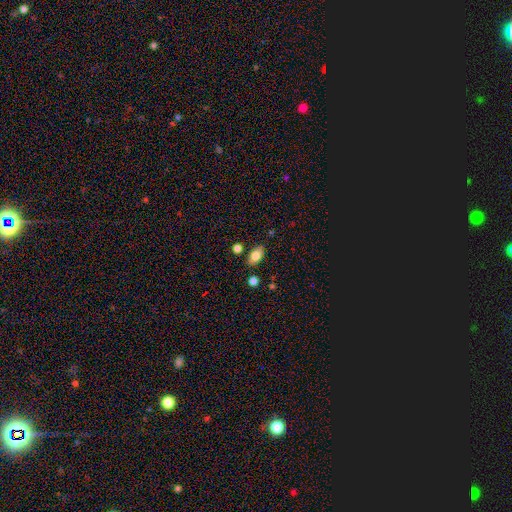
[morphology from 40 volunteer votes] Q: Smooth or featured?
A: smooth (85%); runner-up: star or artifact (10%)
Q: How rounded?
A: in between (88%); runner-up: round (12%)
Q: Merging?
A: none (81%); runner-up: minor disturbance (17%)